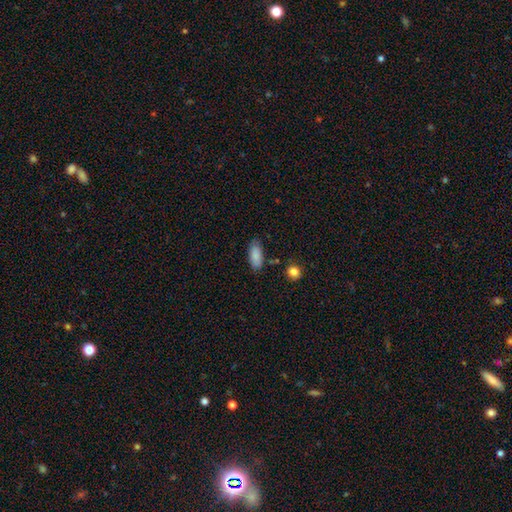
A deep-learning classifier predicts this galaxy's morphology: A smooth galaxy with no disk features (87%) that is in between round and cigar-shaped (86%).

Vote fractions:
- Smooth or featured? smooth: 87% / star or artifact: 7% / featured or disk: 6%
- How rounded? in between: 86% / cigar-shaped: 12% / round: 2%
- Merging? none: 77% / minor disturbance: 16% / major disturbance: 3% / merger: 3%